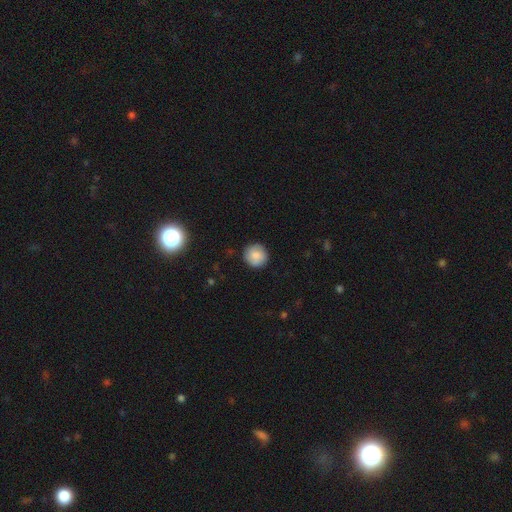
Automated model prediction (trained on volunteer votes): smooth_or_featured: smooth (p=0.80) [alt: featured or disk p=0.12]
how_rounded: round (p=0.93) [alt: in between p=0.06]
merging: none (p=0.88) [alt: minor disturbance p=0.09]